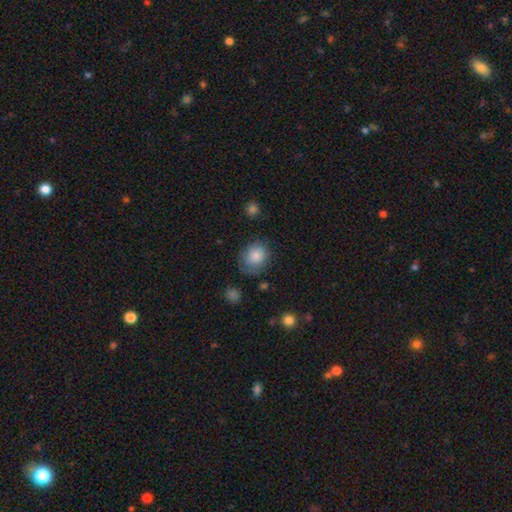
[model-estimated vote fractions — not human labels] Overall: smooth (82%). How rounded: round (71%). Merging: none (68%).